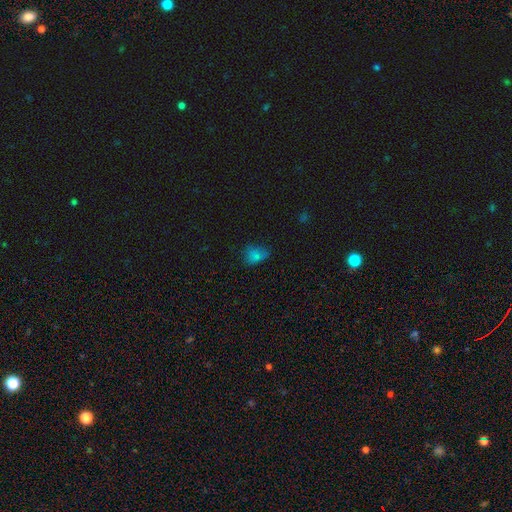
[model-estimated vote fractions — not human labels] smooth 69%, star or artifact 20%, featured or disk 11%. Down the decision tree: how rounded — in between (68%); merging — none (52%).